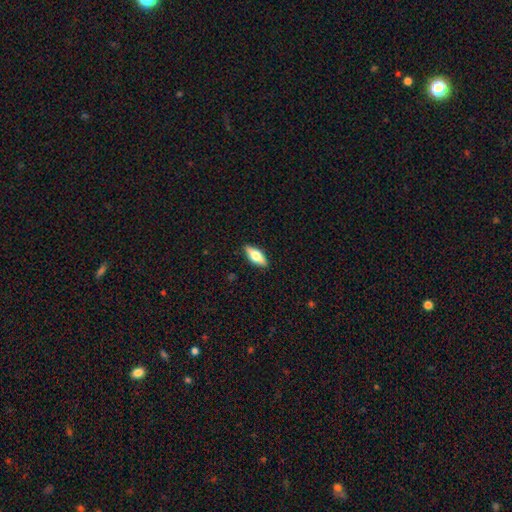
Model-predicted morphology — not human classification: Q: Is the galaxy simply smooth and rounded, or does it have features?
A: smooth — 56%.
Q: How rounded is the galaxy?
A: in between — 73%.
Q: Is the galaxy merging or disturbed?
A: none — 89%.